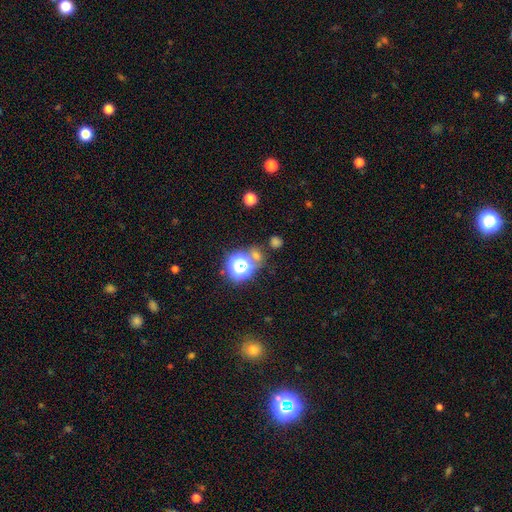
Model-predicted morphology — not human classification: This appears to be a smooth galaxy with no disk features (54%) that is round (78%). Merging: none (65%).